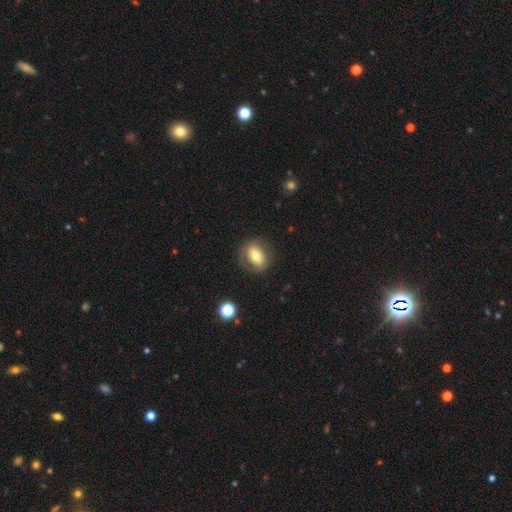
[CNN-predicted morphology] A smooth galaxy with no disk features (69%) that is in between round and cigar-shaped (73%).

Vote fractions:
- Smooth or featured? smooth: 69% / featured or disk: 22% / star or artifact: 8%
- How rounded? in between: 73% / round: 24% / cigar-shaped: 3%
- Merging? none: 79% / minor disturbance: 14% / major disturbance: 6% / merger: 1%